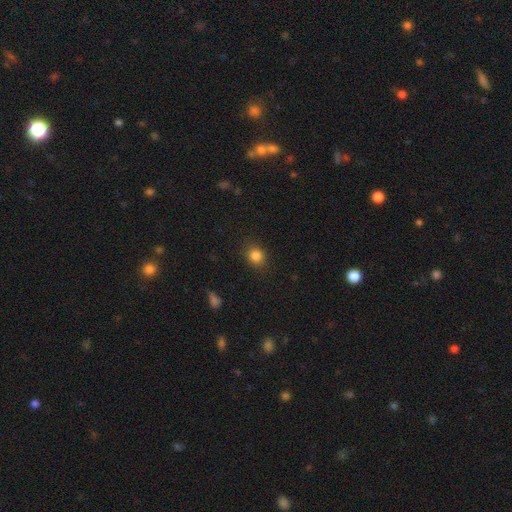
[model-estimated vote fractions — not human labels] The model was most divided on "how rounded": round: 72%, in between: 27%, cigar-shaped: 1%. More confident: merging — none (87%); smooth or featured — smooth (84%).